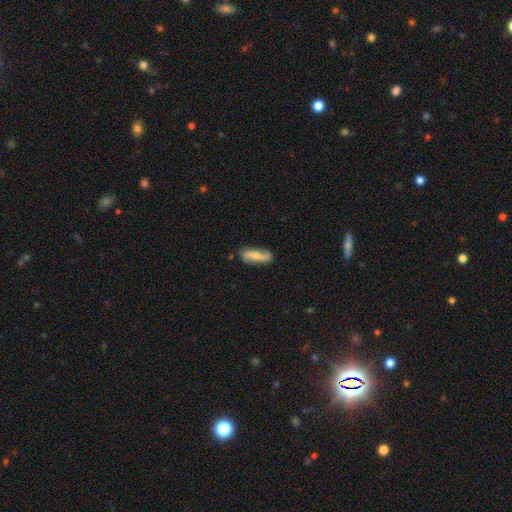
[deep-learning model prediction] featured or disk 60%, smooth 33%, star or artifact 6%. Down the decision tree: edge-on disk — no (83%); bar — no (47%); spiral arms — yes (90%); bulge size — small (43%, tied with moderate); merging — none (77%).